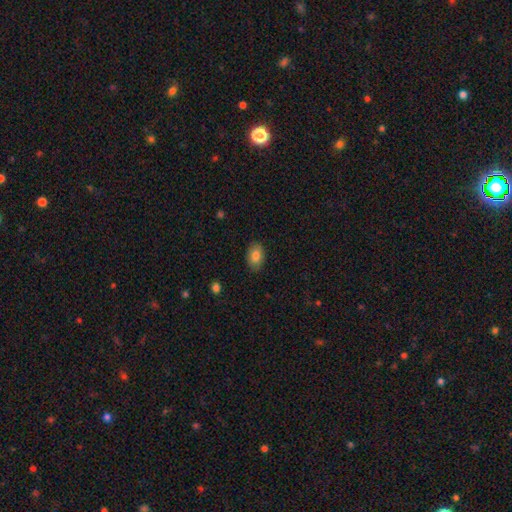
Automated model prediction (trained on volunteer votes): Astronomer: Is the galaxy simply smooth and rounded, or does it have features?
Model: smooth — 84%.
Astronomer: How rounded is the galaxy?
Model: in between — 88%.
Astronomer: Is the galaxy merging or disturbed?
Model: none — 87%.